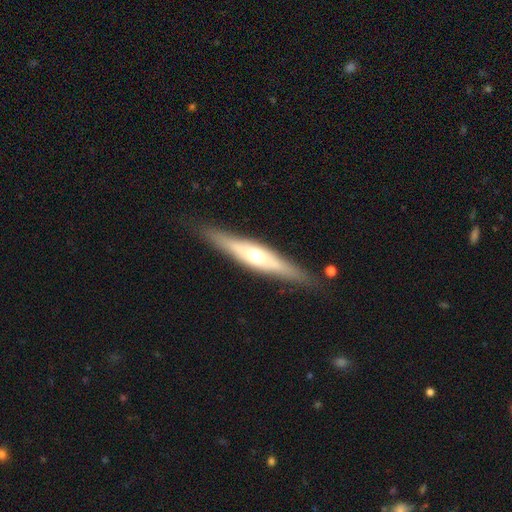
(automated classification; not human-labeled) Morphology: type=featured or disk (64%); edge-on=yes (91%); edge-on bulge=rounded (83%); merging=none (86%).